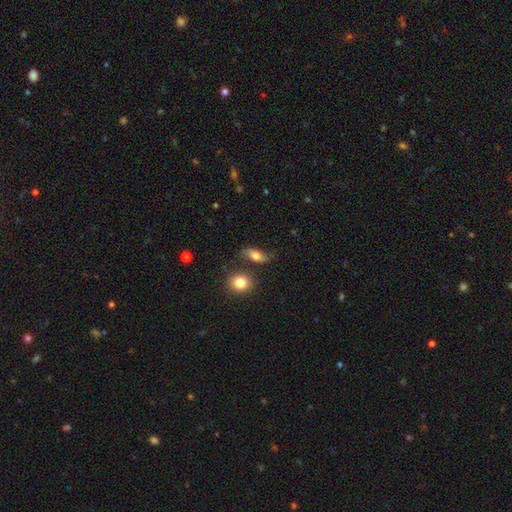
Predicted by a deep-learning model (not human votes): Smooth or featured: smooth — 70% (featured or disk — 20%)
How rounded: in between — 76% (round — 12%)
Merging: none — 64% (minor disturbance — 20%)